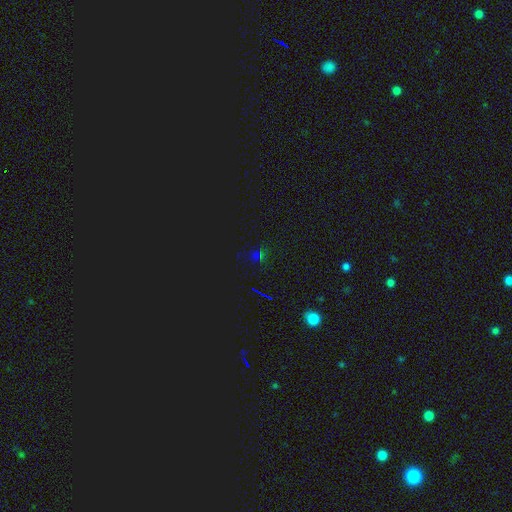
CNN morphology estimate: type=star or artifact (69%).